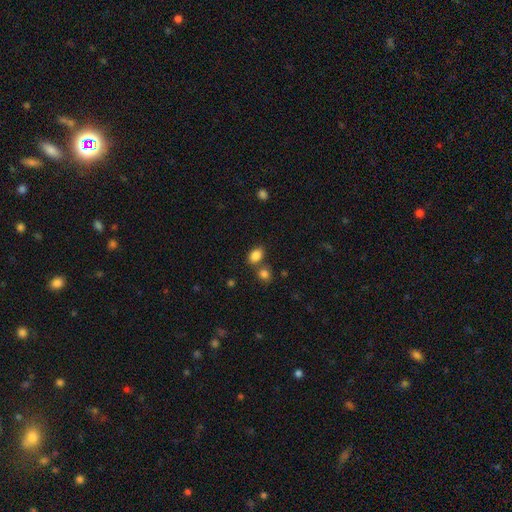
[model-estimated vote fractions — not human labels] Overall: smooth (85%). How rounded: in between (80%). Merging: none (63%).